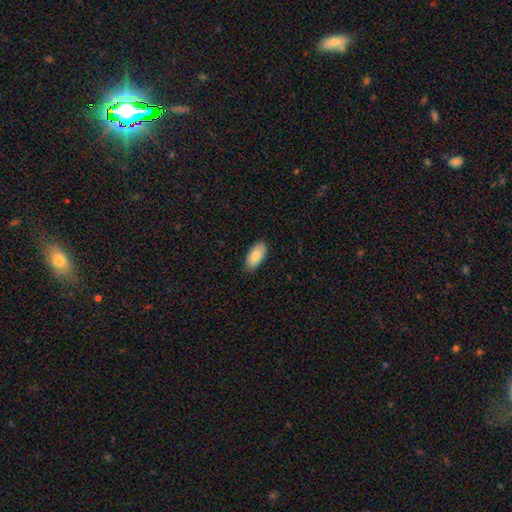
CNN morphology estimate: smooth_or_featured: smooth (p=0.85) [alt: featured or disk p=0.09]
how_rounded: in between (p=0.93) [alt: cigar-shaped p=0.04]
merging: none (p=0.87) [alt: minor disturbance p=0.11]